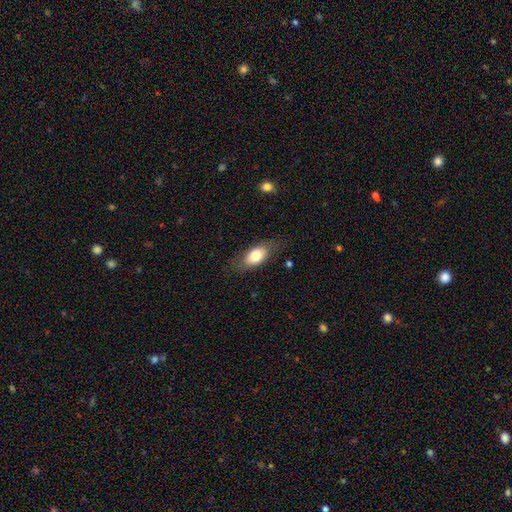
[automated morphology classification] smooth 75%, featured or disk 18%, star or artifact 7%. Down the decision tree: how rounded — in between (86%); merging — none (76%).